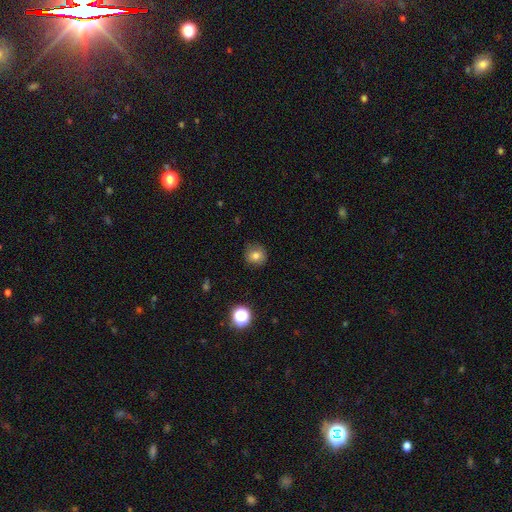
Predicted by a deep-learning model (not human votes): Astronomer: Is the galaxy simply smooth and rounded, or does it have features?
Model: smooth — 76%.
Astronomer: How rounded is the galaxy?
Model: round — 89%.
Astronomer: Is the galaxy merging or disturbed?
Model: none — 83%.